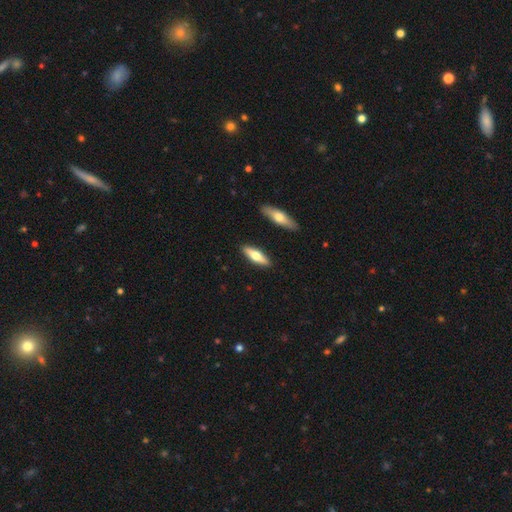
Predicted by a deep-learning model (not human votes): smooth_or_featured: smooth (p=0.55) [alt: featured or disk p=0.40]
how_rounded: cigar-shaped (p=0.60) [alt: in between p=0.38]
merging: none (p=0.87) [alt: minor disturbance p=0.08]